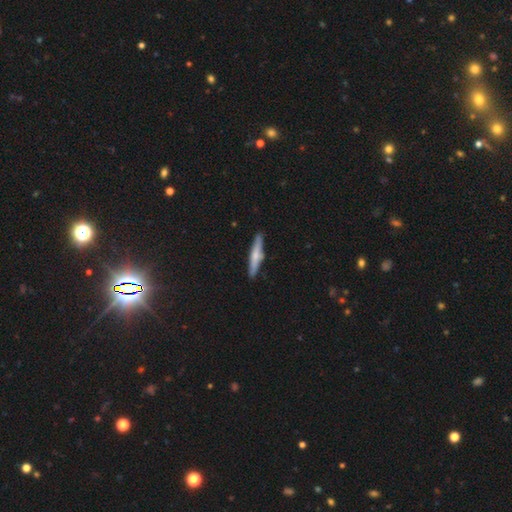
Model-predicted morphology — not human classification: Overall: smooth (55%; featured or disk 39%). How rounded: cigar-shaped (91%). Merging: none (86%).